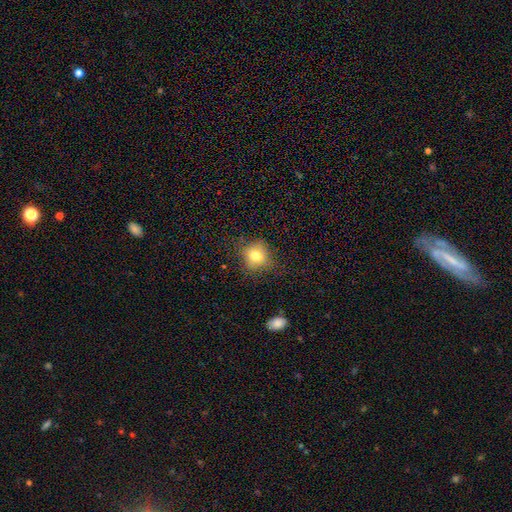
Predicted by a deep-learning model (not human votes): This is likely a smooth galaxy (76%). How rounded: clearly round (80%). Merging: likely none (78%).